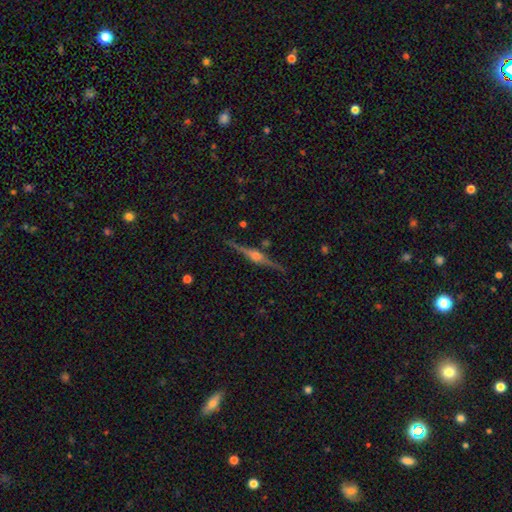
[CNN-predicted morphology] This is clearly a featured or disk galaxy (84%). It is clearly viewed edge-on (98%). Edge-on bulge: clearly rounded (87%). Merging: clearly none (88%).